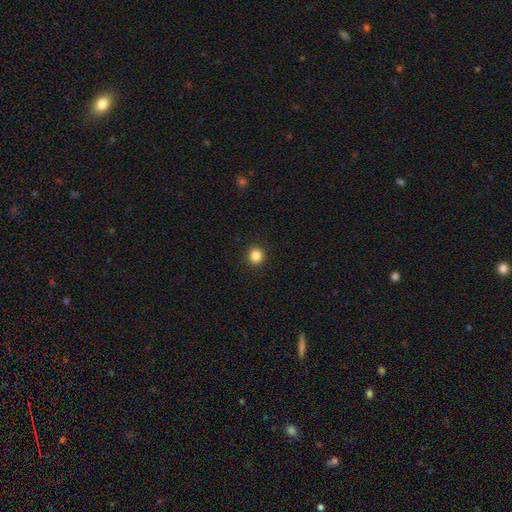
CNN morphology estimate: Smooth or featured?
  - smooth: 85% *
  - star or artifact: 11%
  - featured or disk: 4%
How rounded?
  - round: 87% *
  - in between: 13%
  - cigar-shaped: 1%
Merging?
  - none: 92% *
  - minor disturbance: 5%
  - major disturbance: 2%
  - merger: 1%